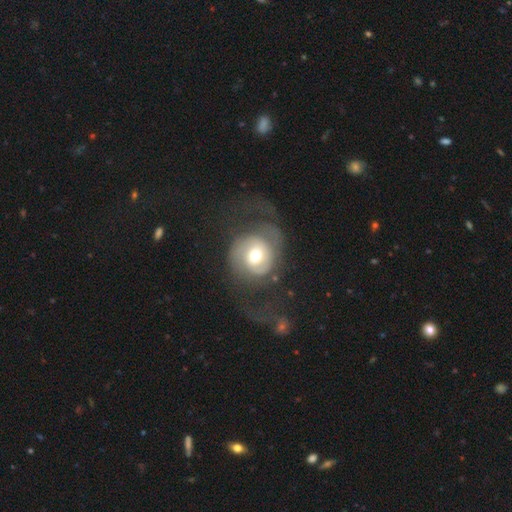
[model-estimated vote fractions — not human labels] featured or disk 62%, smooth 31%, star or artifact 7%. Down the decision tree: edge-on disk — no (97%); bar — no (69%); spiral arms — yes (77%); bulge size — moderate (68%); merging — major disturbance (42%).